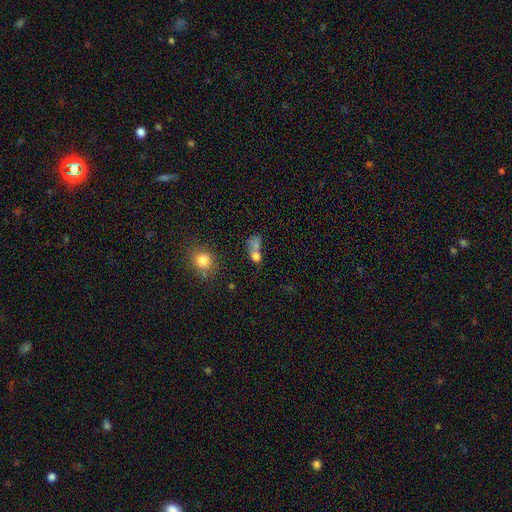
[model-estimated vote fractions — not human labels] This appears to be a smooth galaxy with no disk features (72%) that is in between round and cigar-shaped (50%). Merging: merger (54%).